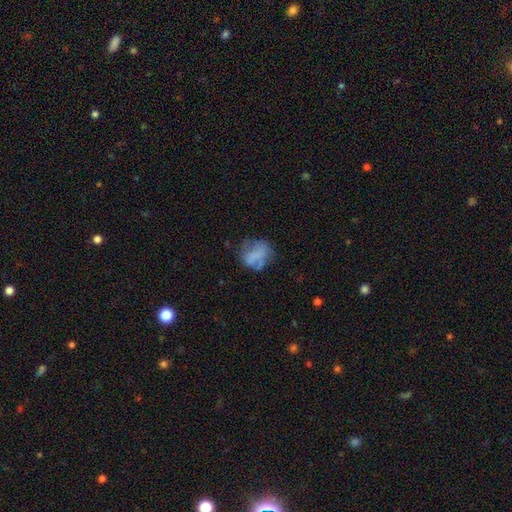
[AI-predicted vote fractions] Smooth or featured? smooth (62%)
How rounded? round (51%)
Merging? none (43%)